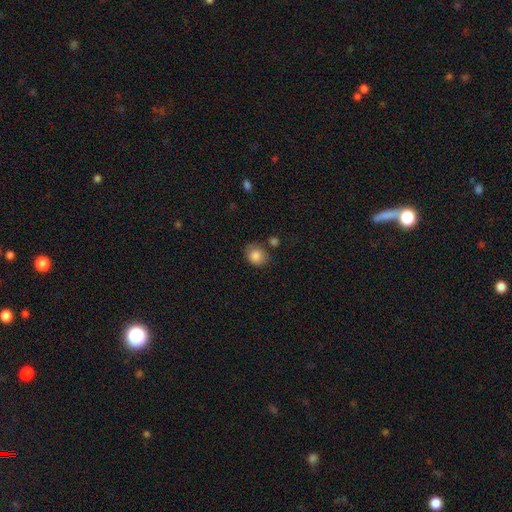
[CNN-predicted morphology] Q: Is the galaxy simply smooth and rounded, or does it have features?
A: smooth — 85%.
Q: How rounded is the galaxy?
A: round — 57%.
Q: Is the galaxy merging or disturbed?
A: none — 65%.